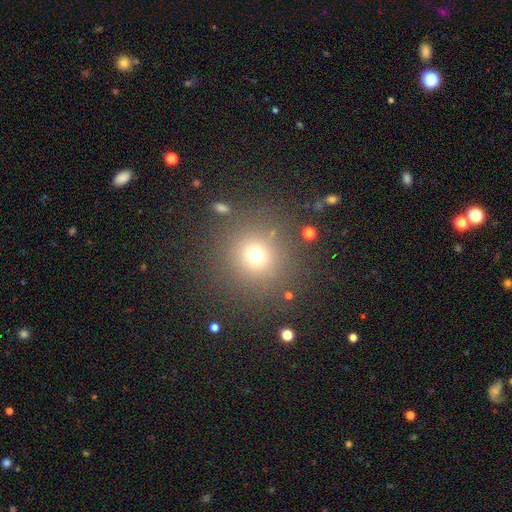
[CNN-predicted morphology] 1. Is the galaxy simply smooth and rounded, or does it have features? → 70% smooth, 21% star or artifact, 9% featured or disk.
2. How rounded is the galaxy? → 92% round, 7% in between, 1% cigar-shaped.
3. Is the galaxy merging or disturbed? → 84% none, 8% minor disturbance, 5% major disturbance, 4% merger.